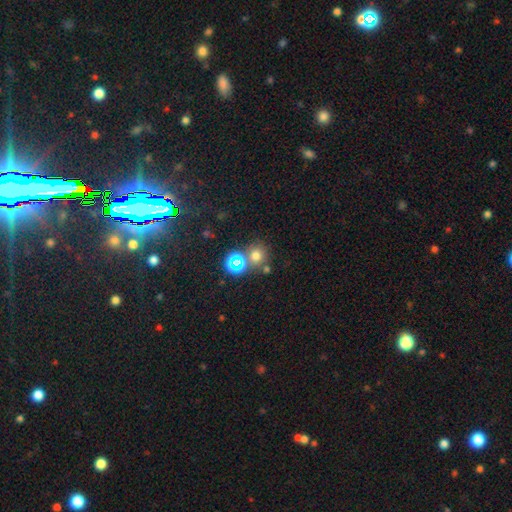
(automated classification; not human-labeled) smooth_or_featured: smooth (p=0.65) [alt: star or artifact p=0.27]
how_rounded: round (p=0.84) [alt: in between p=0.15]
merging: none (p=0.66) [alt: merger p=0.21]